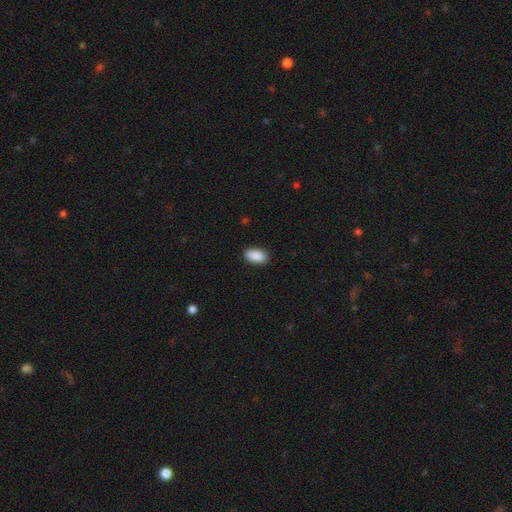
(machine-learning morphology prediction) type=smooth (91%); roundness=in between (93%); merging=none (89%).